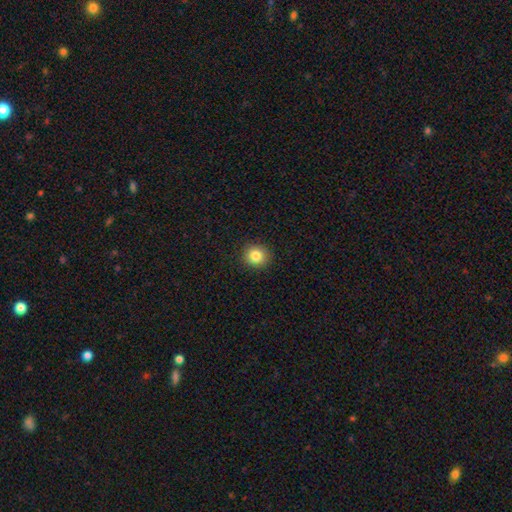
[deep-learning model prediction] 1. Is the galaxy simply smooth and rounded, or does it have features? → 84% smooth, 10% star or artifact, 6% featured or disk.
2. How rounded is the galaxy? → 89% round, 10% in between, 1% cigar-shaped.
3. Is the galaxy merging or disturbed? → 92% none, 5% minor disturbance, 2% major disturbance, 1% merger.